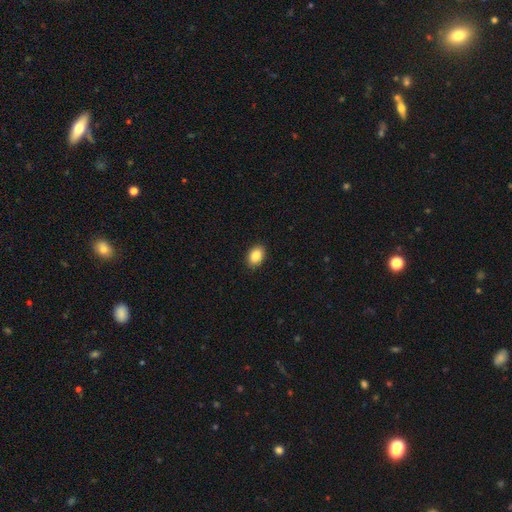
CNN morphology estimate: This is clearly a smooth galaxy (88%). How rounded: clearly in between (83%). Merging: clearly none (90%).